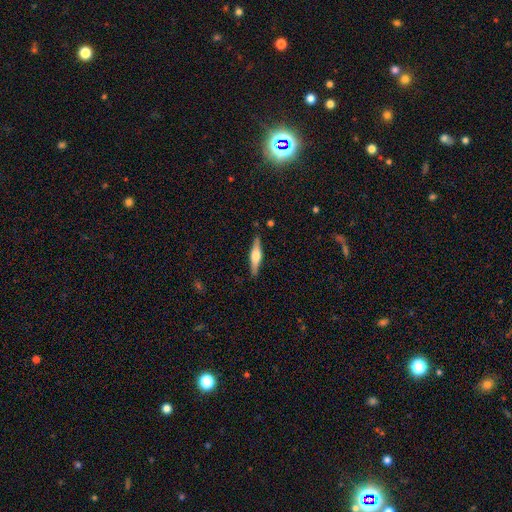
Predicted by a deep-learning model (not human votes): The model was most divided on "smooth or featured": featured or disk: 60%, smooth: 34%, star or artifact: 6%. More confident: edge-on disk — yes (96%); edge-on bulge — rounded (89%); merging — none (88%).